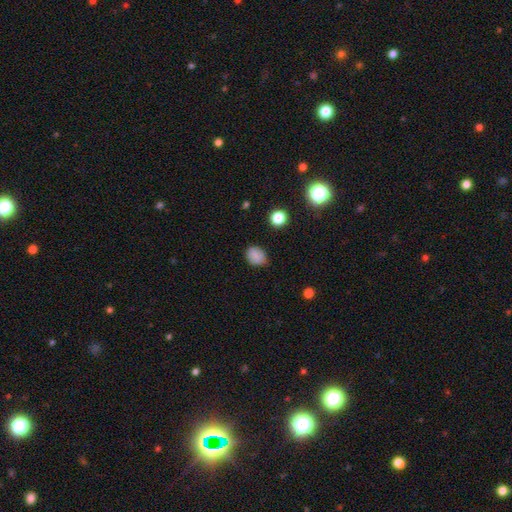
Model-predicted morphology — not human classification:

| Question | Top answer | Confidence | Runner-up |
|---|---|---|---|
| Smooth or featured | smooth | 84% | star or artifact (11%) |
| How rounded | round | 50% | in between (49%) |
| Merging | none | 74% | minor disturbance (20%) |